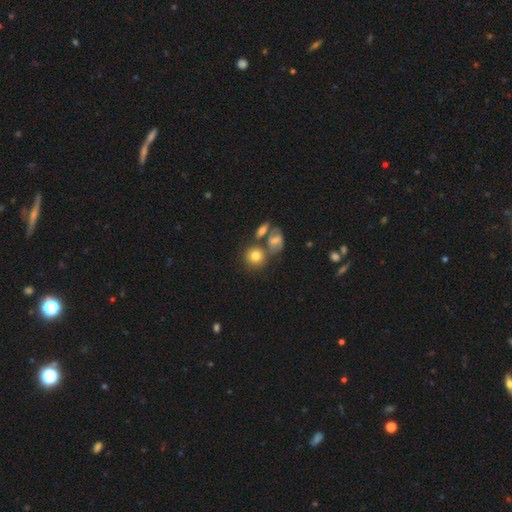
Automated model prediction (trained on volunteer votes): A smooth galaxy with no disk features (74%) that is round (80%). Merging: none (53%).